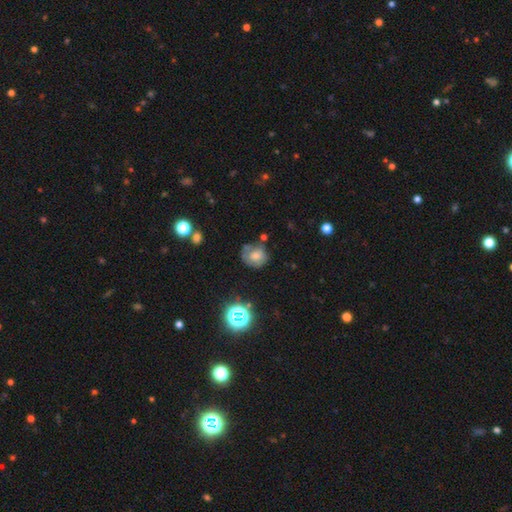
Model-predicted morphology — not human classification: smooth-or-featured: smooth: 62% | featured or disk: 24% | star or artifact: 15%
  how-rounded: round: 74% | in between: 25% | cigar-shaped: 1%
  merging: none: 54% | minor disturbance: 27% | major disturbance: 12% | merger: 7%